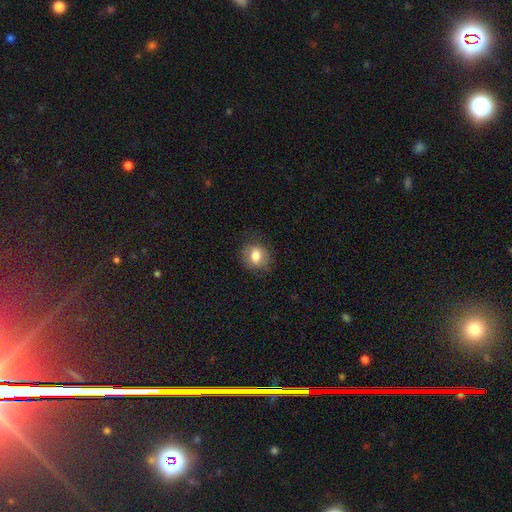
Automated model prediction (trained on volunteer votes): Smooth or featured? smooth (77%)
How rounded? round (60%)
Merging? none (79%)